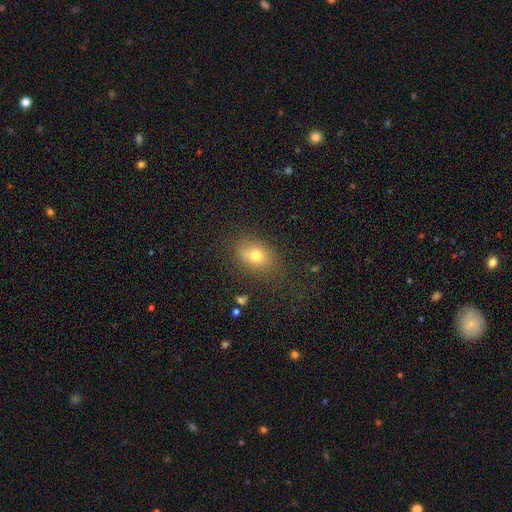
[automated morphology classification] type=smooth (73%); roundness=in between (70%); merging=none (67%).